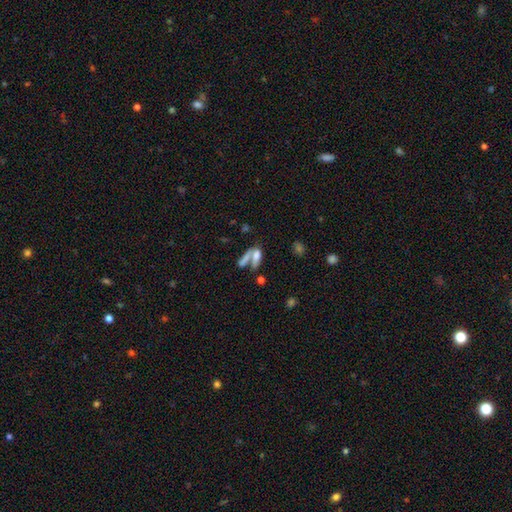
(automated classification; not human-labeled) Smooth or featured? smooth (35%, tied with star or artifact)
Merging? none (47%)